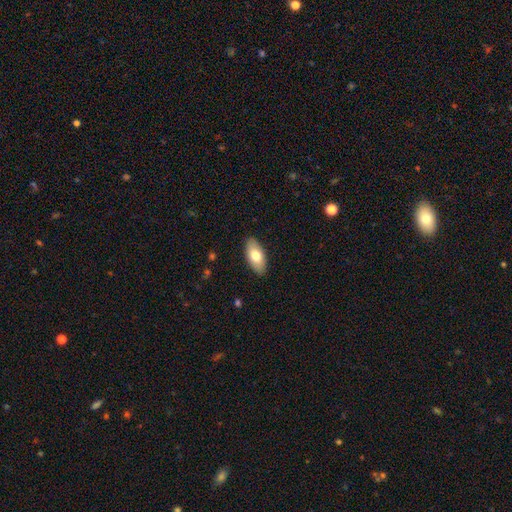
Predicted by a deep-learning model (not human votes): The model was most divided on "smooth or featured": smooth: 74%, featured or disk: 20%, star or artifact: 6%. More confident: how rounded — in between (91%); merging — none (89%).